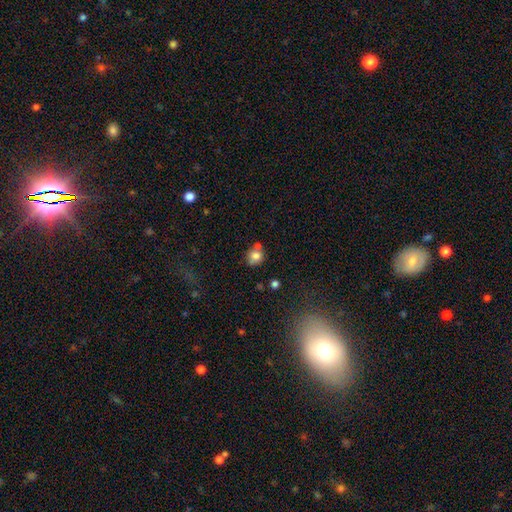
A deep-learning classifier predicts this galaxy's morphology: A smooth galaxy with no disk features (77%) that is round (73%). Merging: none (57%).